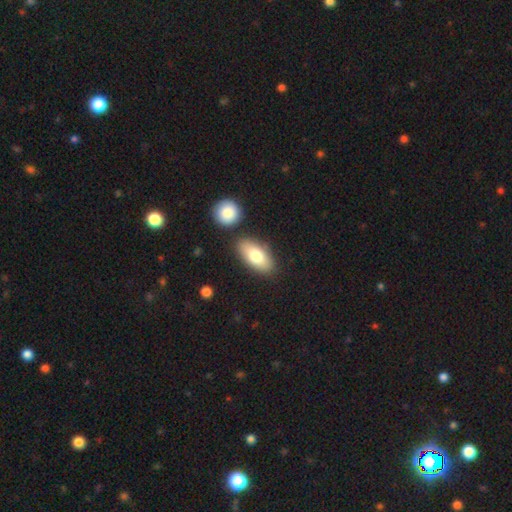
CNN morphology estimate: Smooth or featured? Predicted: smooth (p=0.77). How rounded? Predicted: in between (p=0.89). Merging? Predicted: none (p=0.78).